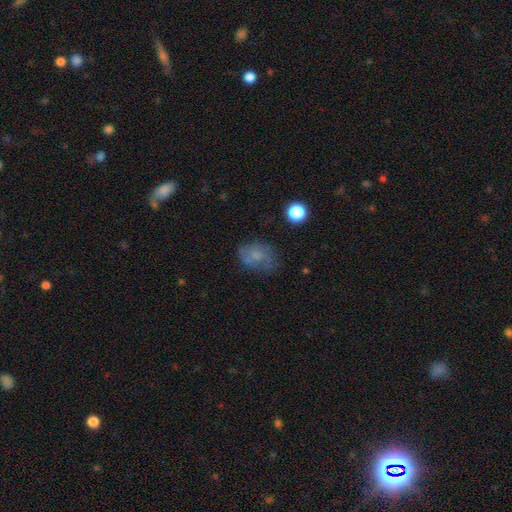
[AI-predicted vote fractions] Smooth or featured?
  - smooth: 51% *
  - featured or disk: 36%
  - star or artifact: 13%
How rounded?
  - in between: 66% *
  - round: 32%
  - cigar-shaped: 1%
Merging?
  - none: 56% *
  - minor disturbance: 25%
  - major disturbance: 16%
  - merger: 4%